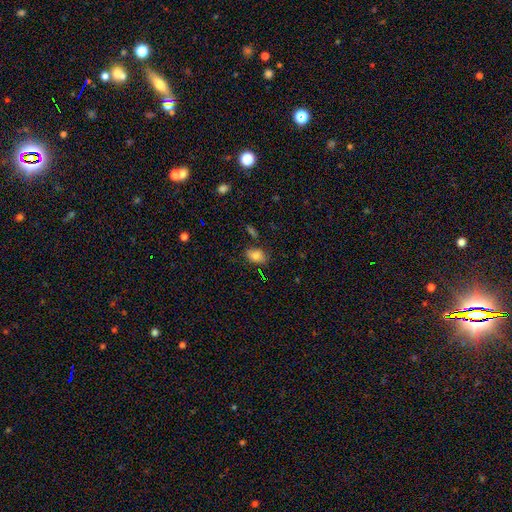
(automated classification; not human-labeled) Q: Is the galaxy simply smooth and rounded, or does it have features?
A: smooth — 80%.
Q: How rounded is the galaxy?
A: in between — 83%.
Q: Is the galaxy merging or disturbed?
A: none — 73%.